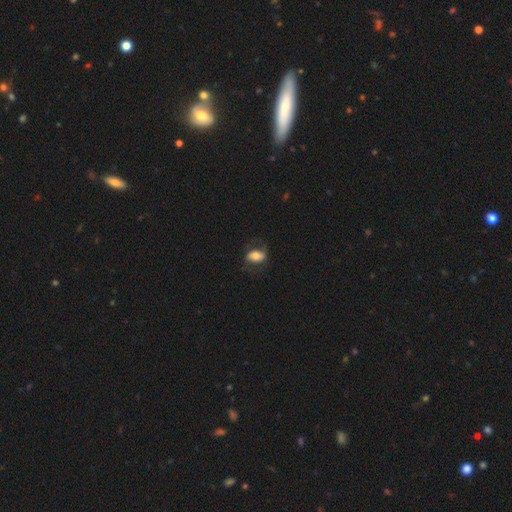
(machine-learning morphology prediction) Smooth or featured?
  - smooth: 49% *
  - featured or disk: 43%
  - star or artifact: 8%
Merging?
  - none: 66% *
  - minor disturbance: 18%
  - major disturbance: 15%
  - merger: 1%